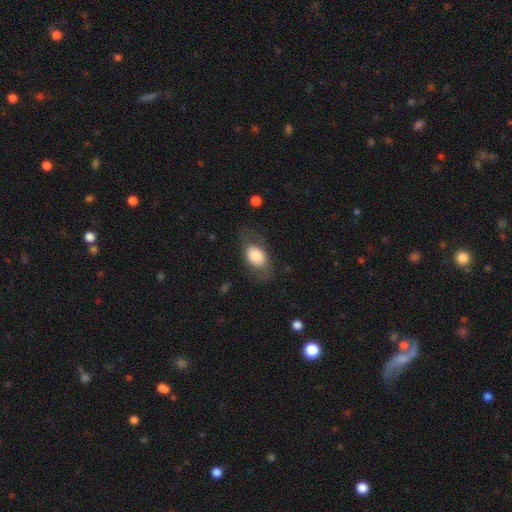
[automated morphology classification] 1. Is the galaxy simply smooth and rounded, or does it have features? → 71% smooth, 22% featured or disk, 6% star or artifact.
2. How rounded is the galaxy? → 83% in between, 15% round, 2% cigar-shaped.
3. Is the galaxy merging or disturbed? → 70% none, 18% minor disturbance, 11% major disturbance, 1% merger.